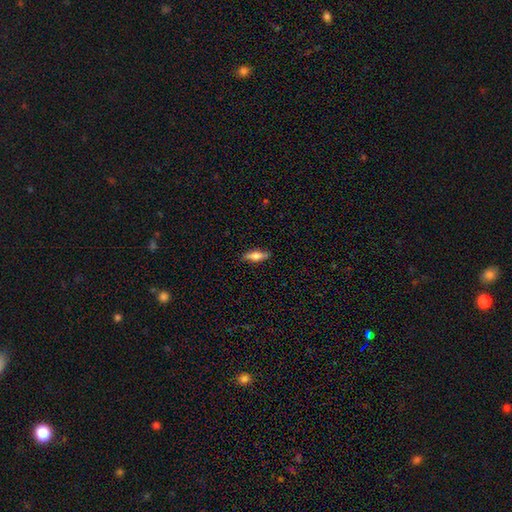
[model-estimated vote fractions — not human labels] Smooth or featured?
  - smooth: 60% *
  - featured or disk: 33%
  - star or artifact: 6%
How rounded?
  - cigar-shaped: 51% *
  - in between: 46%
  - round: 3%
Merging?
  - none: 88% *
  - minor disturbance: 9%
  - major disturbance: 2%
  - merger: 1%